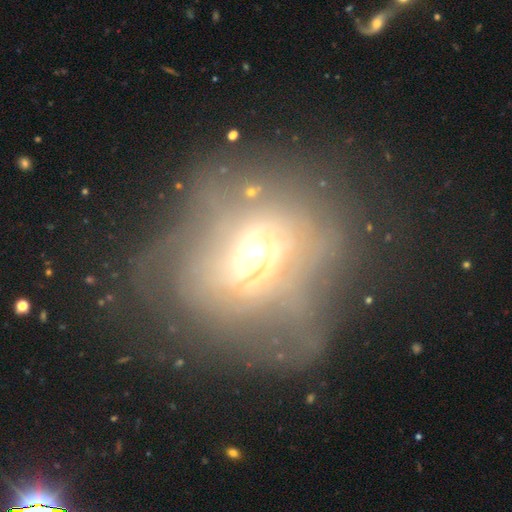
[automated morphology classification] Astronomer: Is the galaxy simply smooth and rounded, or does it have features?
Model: featured or disk — 67%.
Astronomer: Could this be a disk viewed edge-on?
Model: no — 92%.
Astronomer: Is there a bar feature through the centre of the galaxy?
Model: no — 77%.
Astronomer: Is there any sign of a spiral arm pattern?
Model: yes — 54% (runner-up: no, 46%).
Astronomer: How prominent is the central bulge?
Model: moderate — 60%.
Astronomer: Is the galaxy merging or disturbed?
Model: none — 45% (runner-up: major disturbance, 32%).